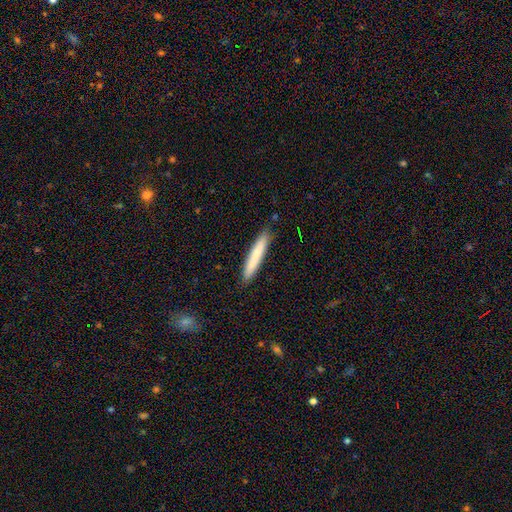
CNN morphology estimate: The model was most divided on "smooth or featured": smooth: 78%, featured or disk: 17%, star or artifact: 6%. More confident: how rounded — cigar-shaped (94%); merging — none (89%).